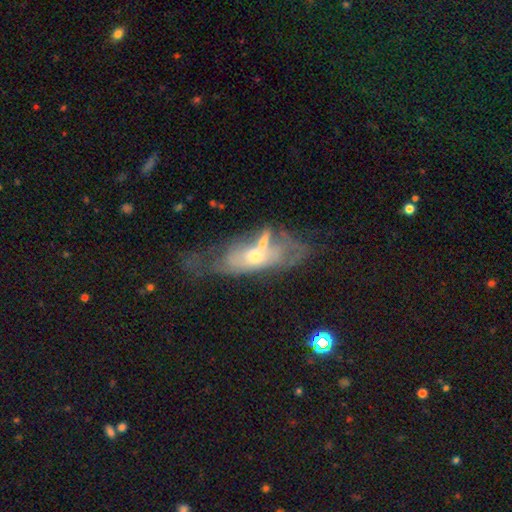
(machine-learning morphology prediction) Smooth or featured: featured or disk — 58% (smooth — 34%)
Edge-on disk: no — 79% (yes — 21%)
Merging: merger — 36% (none — 24%)